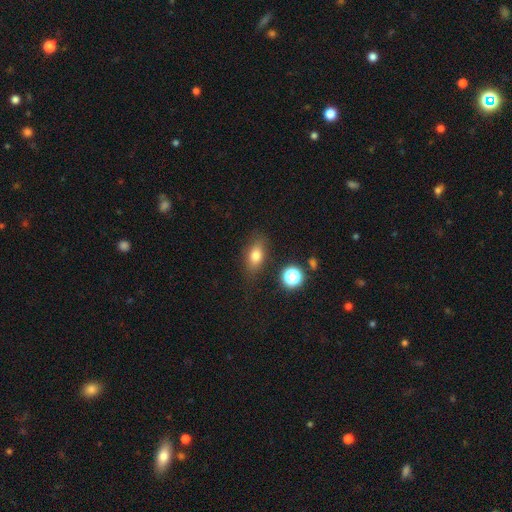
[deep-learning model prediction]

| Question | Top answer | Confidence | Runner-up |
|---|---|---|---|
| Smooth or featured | smooth | 77% | star or artifact (12%) |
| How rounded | in between | 78% | round (15%) |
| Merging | none | 79% | minor disturbance (14%) |